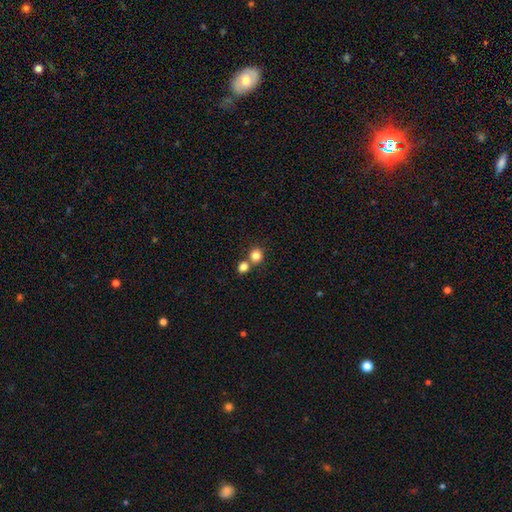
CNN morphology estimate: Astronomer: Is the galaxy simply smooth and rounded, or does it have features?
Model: smooth — 83%.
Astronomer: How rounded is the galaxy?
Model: round — 88%.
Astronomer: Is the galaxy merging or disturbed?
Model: none — 60%.